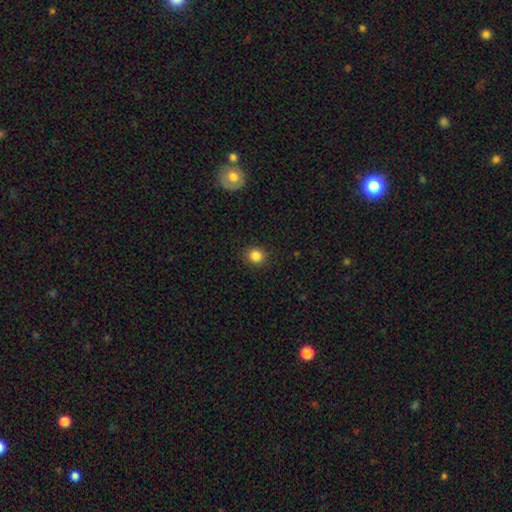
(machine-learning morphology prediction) Smooth or featured?
  - smooth: 84% *
  - star or artifact: 11%
  - featured or disk: 4%
How rounded?
  - round: 82% *
  - in between: 17%
  - cigar-shaped: 1%
Merging?
  - none: 89% *
  - minor disturbance: 7%
  - major disturbance: 2%
  - merger: 1%